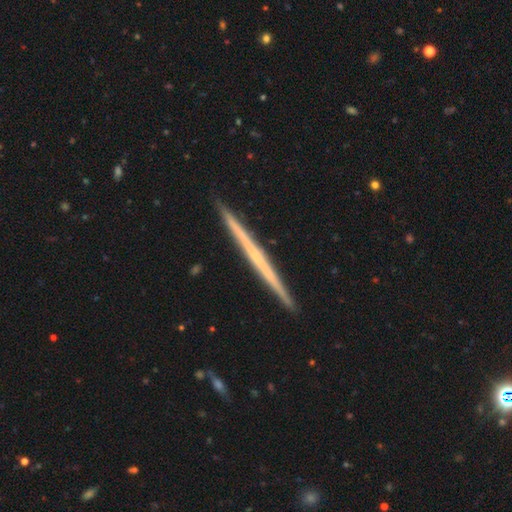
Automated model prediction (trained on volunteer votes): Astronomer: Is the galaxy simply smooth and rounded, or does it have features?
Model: featured or disk — 65%.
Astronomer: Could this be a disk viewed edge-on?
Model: yes — 98%.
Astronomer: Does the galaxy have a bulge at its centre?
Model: none — 88%.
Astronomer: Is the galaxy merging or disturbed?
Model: none — 93%.